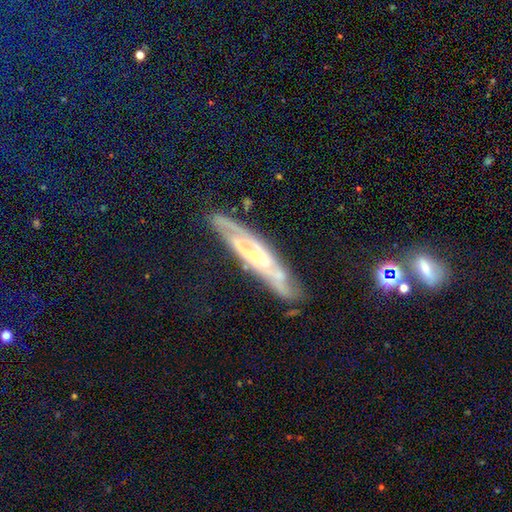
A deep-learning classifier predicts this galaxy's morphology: smooth-or-featured: featured or disk: 75% | smooth: 14% | star or artifact: 11%
  disk-edge-on: no: 55% | yes: 45%
  merging: none: 71% | minor disturbance: 19% | major disturbance: 7% | merger: 4%